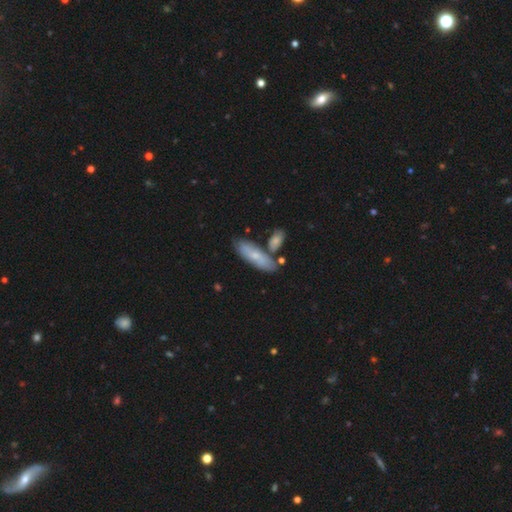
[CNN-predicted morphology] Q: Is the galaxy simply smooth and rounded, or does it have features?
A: smooth — 60%.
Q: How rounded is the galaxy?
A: in between — 57%.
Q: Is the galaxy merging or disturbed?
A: none — 63%.